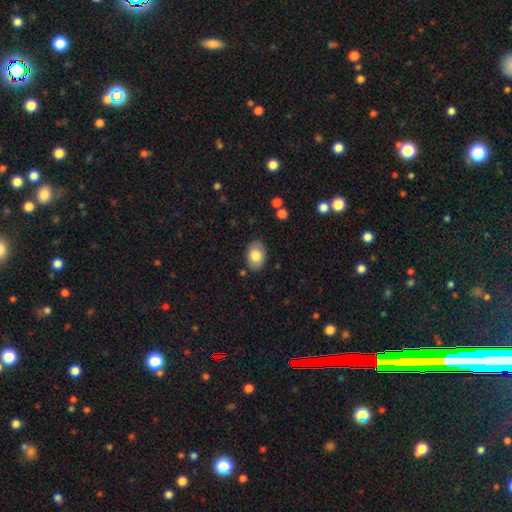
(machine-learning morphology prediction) type=smooth (81%); roundness=in between (85%); merging=none (85%).